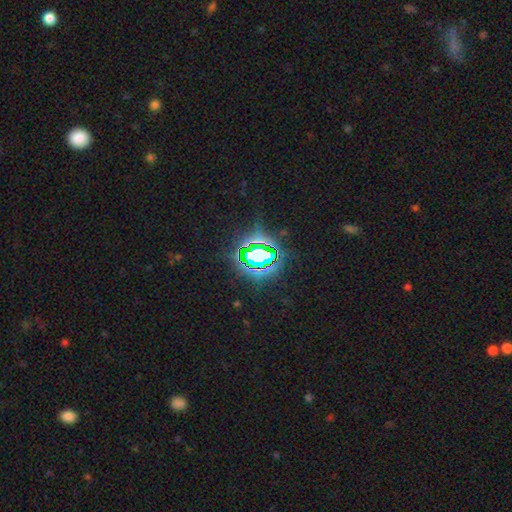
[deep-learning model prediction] smooth-or-featured: star or artifact: 77% | smooth: 13% | featured or disk: 10%